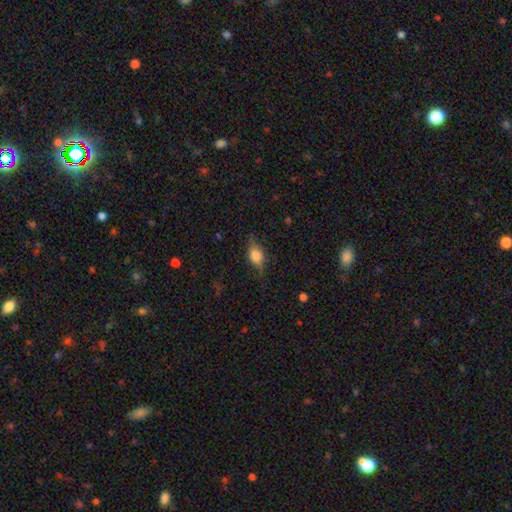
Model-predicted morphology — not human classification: smooth_or_featured: featured or disk (p=0.53) [alt: smooth p=0.37]
disk_edge_on: yes (p=0.89) [alt: no p=0.11]
merging: none (p=0.74) [alt: minor disturbance p=0.19]